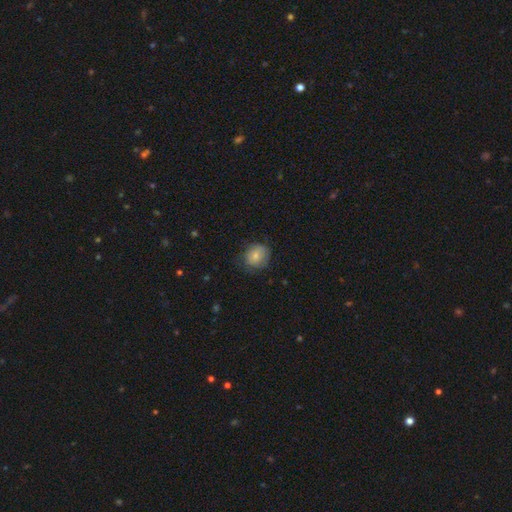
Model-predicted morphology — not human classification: Smooth or featured? smooth (76%)
How rounded? round (70%)
Merging? none (67%)